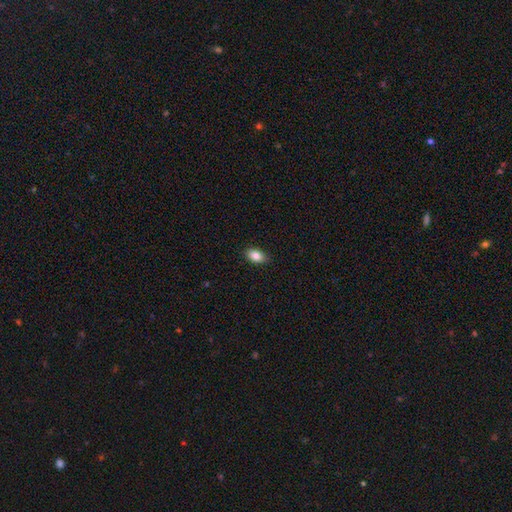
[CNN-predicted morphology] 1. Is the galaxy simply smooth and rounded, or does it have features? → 86% smooth, 8% star or artifact, 6% featured or disk.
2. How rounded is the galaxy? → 89% in between, 9% round, 2% cigar-shaped.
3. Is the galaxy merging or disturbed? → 87% none, 10% minor disturbance, 2% major disturbance, 1% merger.